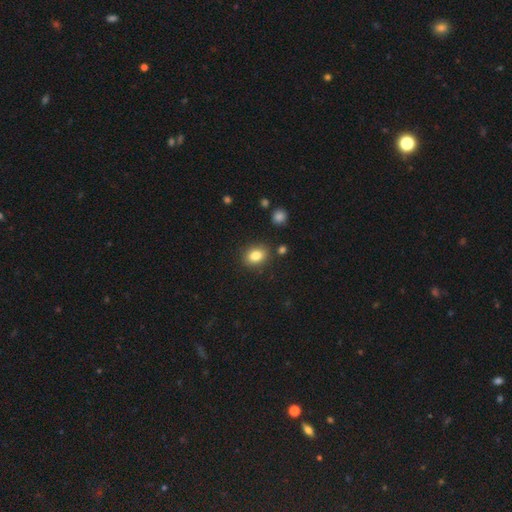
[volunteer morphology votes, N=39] Q: Smooth or featured?
A: smooth (77%); runner-up: featured or disk (15%)
Q: How rounded?
A: in between (80%); runner-up: round (20%)
Q: Merging?
A: none (89%); runner-up: minor disturbance (6%)